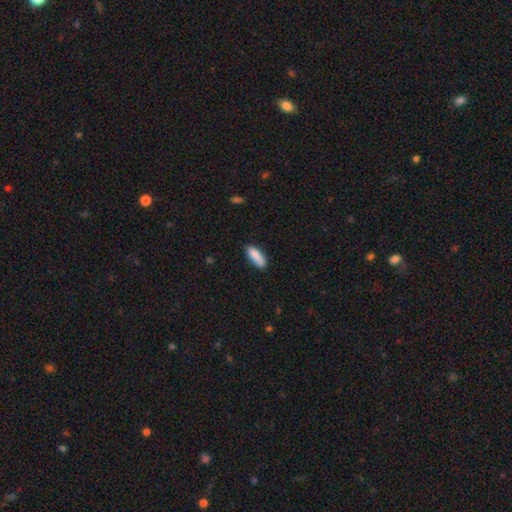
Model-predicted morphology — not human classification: This is clearly a smooth galaxy (87%). How rounded: likely in between (63%). Merging: likely none (77%).